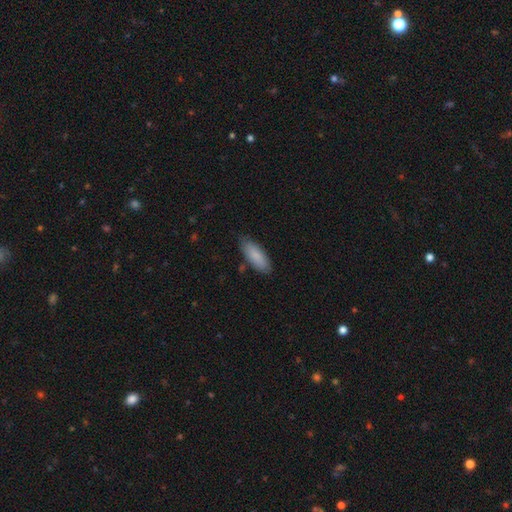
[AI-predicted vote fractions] A smooth galaxy with no disk features (85%) that is in between round and cigar-shaped (72%).

Vote fractions:
- Smooth or featured? smooth: 85% / featured or disk: 9% / star or artifact: 6%
- How rounded? in between: 72% / cigar-shaped: 26% / round: 1%
- Merging? none: 78% / minor disturbance: 17% / major disturbance: 3% / merger: 2%